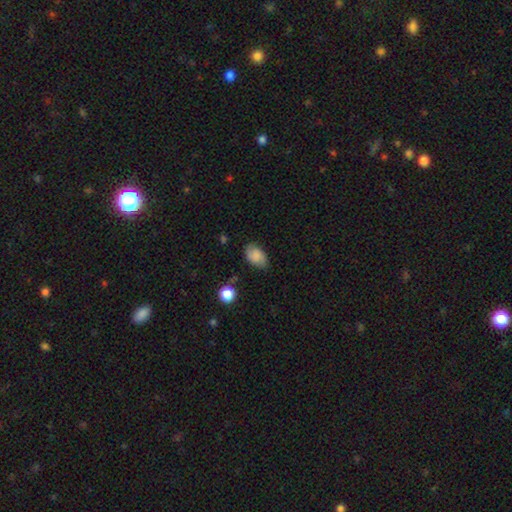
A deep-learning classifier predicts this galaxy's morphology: Smooth or featured? Predicted: smooth (p=0.75). How rounded? Predicted: in between (p=0.87). Merging? Predicted: none (p=0.72).